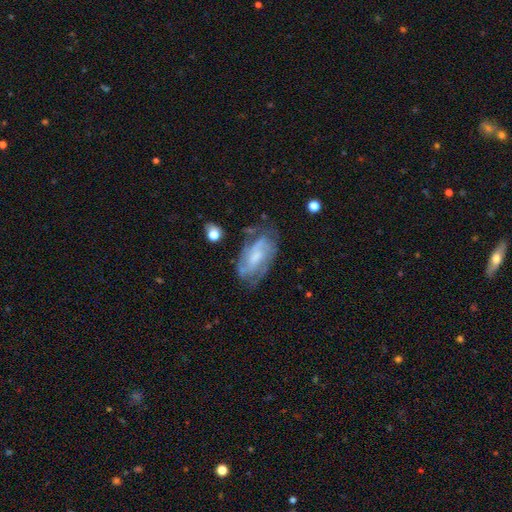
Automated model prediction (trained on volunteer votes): A featured or disk galaxy (75%) with a weak bar (43%), 2 (44%) medium (42%, tied with tight) spiral arms (89%) and a small central bulge (39%).

Vote fractions:
- Smooth or featured? featured or disk: 75% / smooth: 18% / star or artifact: 7%
- Edge-on disk? no: 94% / yes: 6%
- Bar? weak: 43% / no: 42% / strong: 15%
- Spiral arms? yes: 89% / no: 11%
- Spiral winding? medium: 42% (tied) / tight: 42% (tied) / loose: 16%
- Spiral arm count? 2: 44% / can't tell: 31% / 3: 14% / 4: 4% / 1: 4% / more than 4: 3%
- Bulge size? small: 39% / moderate: 34% / none: 19% / large: 6% / dominant: 1%
- Merging? none: 63% / minor disturbance: 22% / major disturbance: 11% / merger: 3%